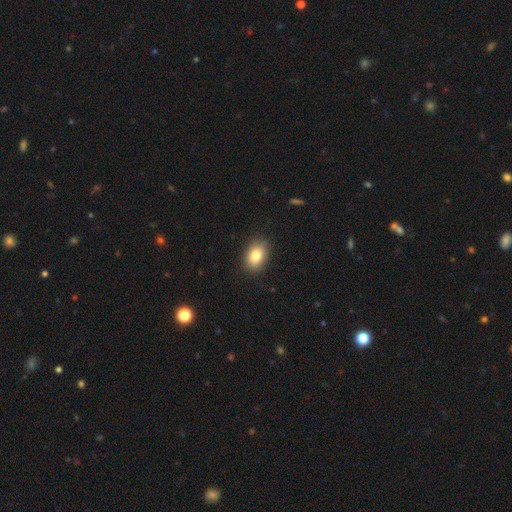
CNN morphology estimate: A smooth galaxy with no disk features (82%) that is in between round and cigar-shaped (79%). Merging: none (86%).